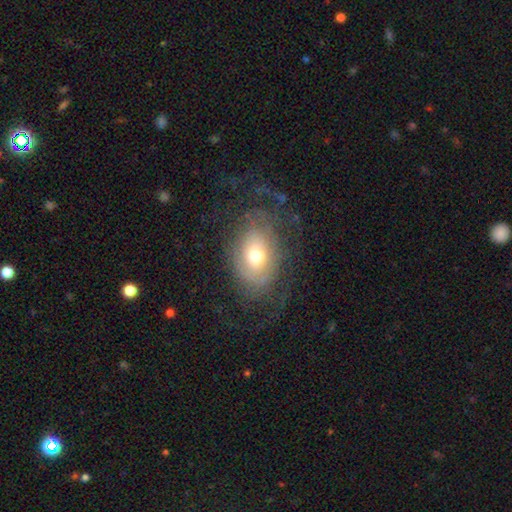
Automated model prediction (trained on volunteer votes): Overall: smooth (46%; featured or disk 45%). Merging: none (59%; minor disturbance 20%).